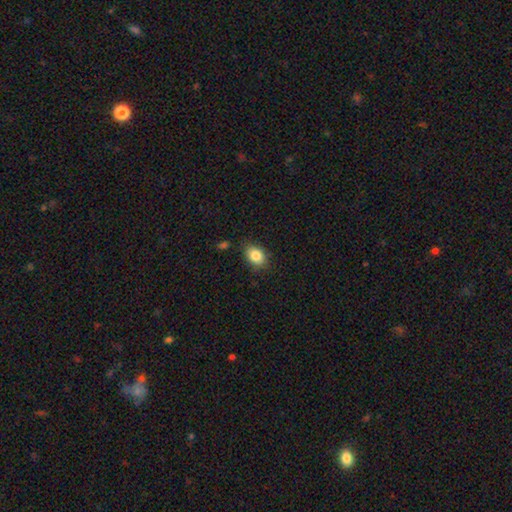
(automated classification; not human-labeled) smooth_or_featured: smooth (p=0.85) [alt: star or artifact p=0.09]
how_rounded: in between (p=0.73) [alt: round p=0.26]
merging: none (p=0.82) [alt: minor disturbance p=0.13]